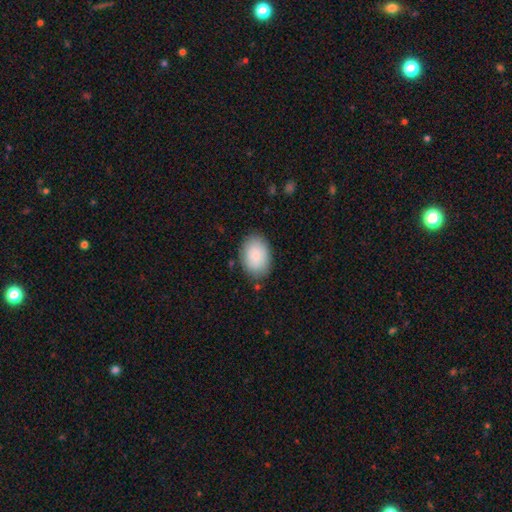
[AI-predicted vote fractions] Q: Smooth or featured?
A: smooth (88%); runner-up: featured or disk (6%)
Q: How rounded?
A: in between (87%); runner-up: round (12%)
Q: Merging?
A: none (83%); runner-up: minor disturbance (13%)